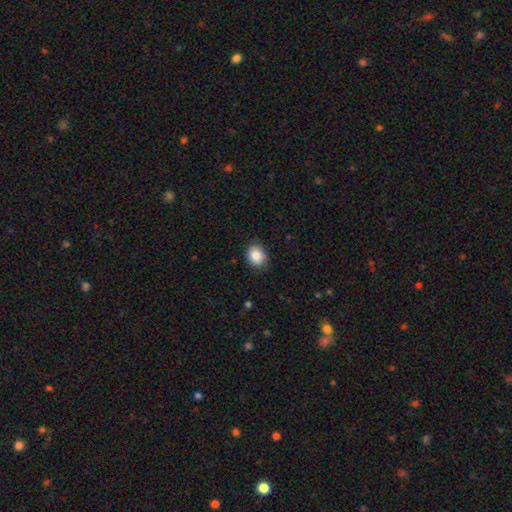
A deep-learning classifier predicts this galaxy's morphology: smooth-or-featured: smooth: 86% | star or artifact: 8% | featured or disk: 6%
  how-rounded: round: 51% | in between: 48% | cigar-shaped: 1%
  merging: none: 85% | minor disturbance: 12% | major disturbance: 2% | merger: 1%